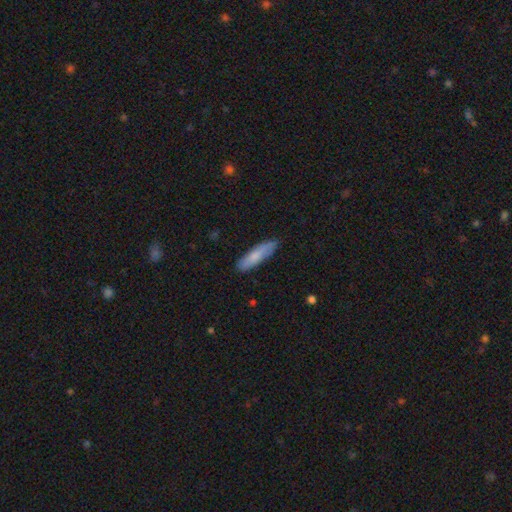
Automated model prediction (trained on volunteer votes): Smooth or featured? Predicted: smooth (p=0.77). How rounded? Predicted: cigar-shaped (p=0.73). Merging? Predicted: none (p=0.85).